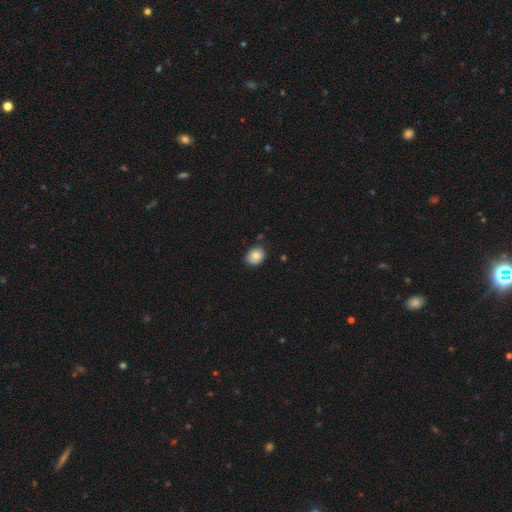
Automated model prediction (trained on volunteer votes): Overall: smooth (75%). How rounded: round (62%; in between 37%). Merging: none (79%).